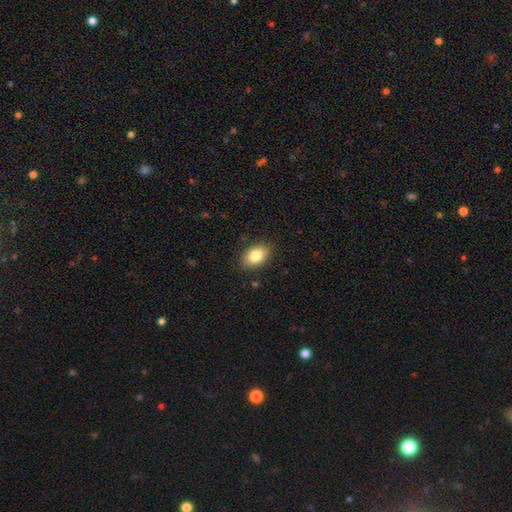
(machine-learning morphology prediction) Smooth or featured?
  - smooth: 84% *
  - featured or disk: 8%
  - star or artifact: 8%
How rounded?
  - in between: 88% *
  - round: 11%
  - cigar-shaped: 1%
Merging?
  - none: 87% *
  - minor disturbance: 10%
  - major disturbance: 2%
  - merger: 1%